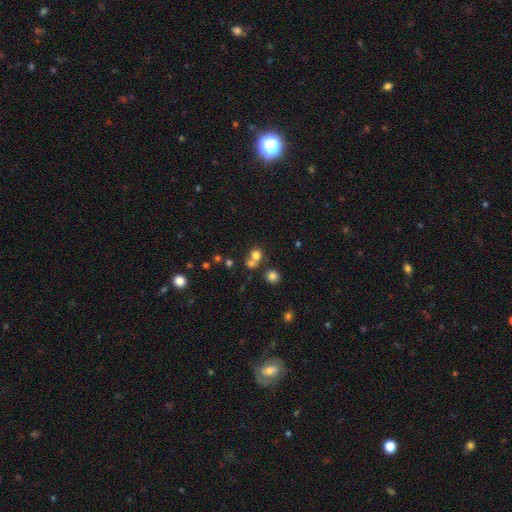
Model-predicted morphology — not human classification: This is likely a smooth galaxy (73%). How rounded: clearly round (83%). Merging: possibly none (48%).